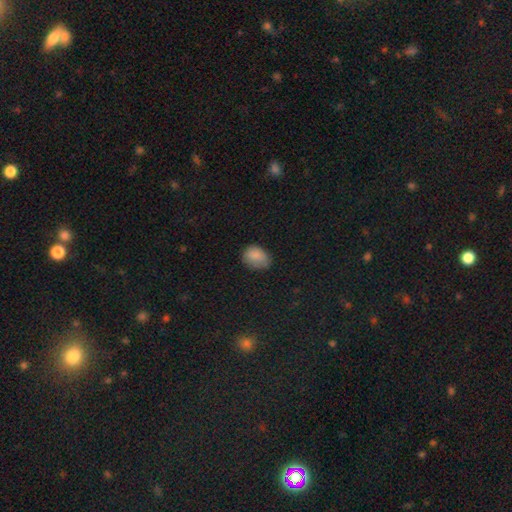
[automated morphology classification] Smooth or featured? smooth (84%)
How rounded? in between (65%)
Merging? none (62%)